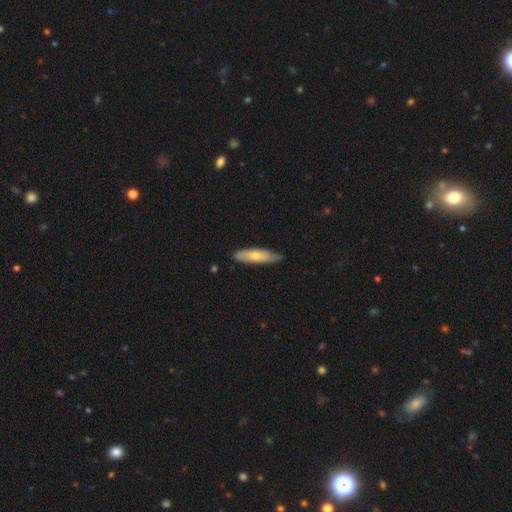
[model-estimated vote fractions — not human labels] Smooth or featured? smooth (67%)
How rounded? cigar-shaped (62%)
Merging? none (77%)